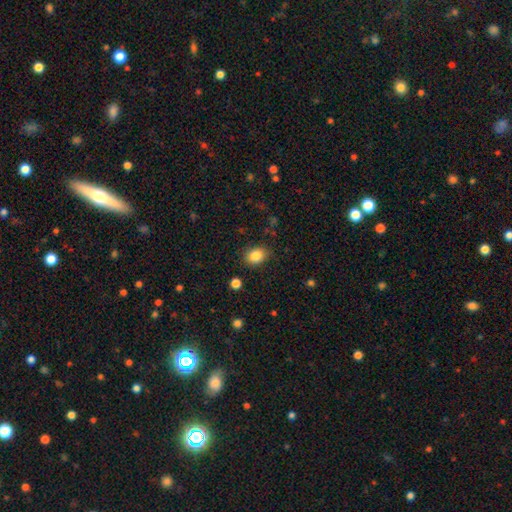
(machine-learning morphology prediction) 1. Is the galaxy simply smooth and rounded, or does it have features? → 85% smooth, 9% star or artifact, 5% featured or disk.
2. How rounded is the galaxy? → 59% in between, 40% round, 1% cigar-shaped.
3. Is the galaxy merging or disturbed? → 84% none, 11% minor disturbance, 3% major disturbance, 2% merger.